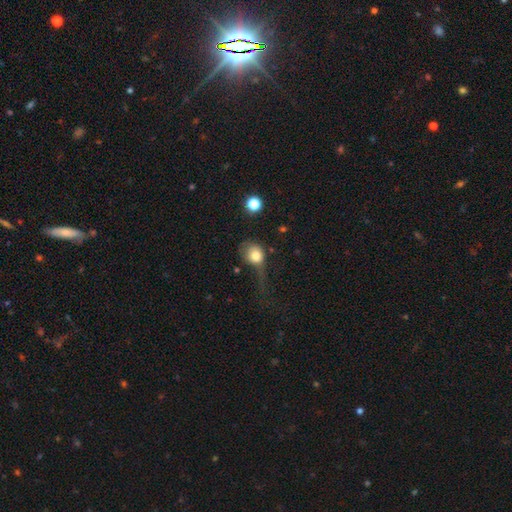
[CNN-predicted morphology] This is likely a smooth galaxy (77%). How rounded: likely round (69%). Merging: possibly major disturbance (48%).